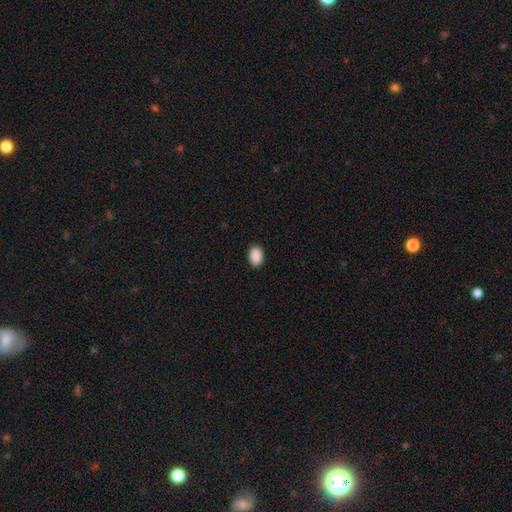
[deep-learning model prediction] Smooth or featured? Predicted: smooth (p=0.91). How rounded? Predicted: in between (p=0.87). Merging? Predicted: none (p=0.90).